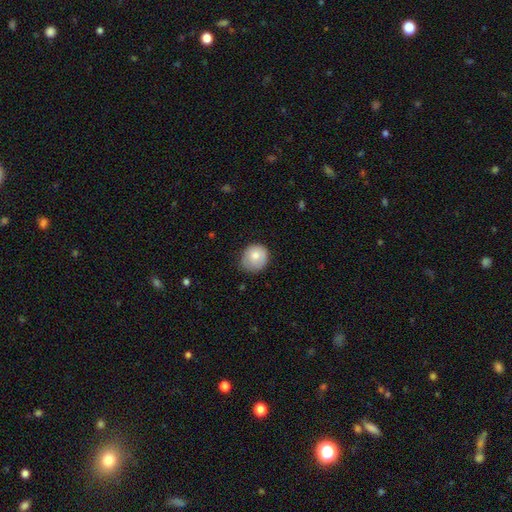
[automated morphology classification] Smooth or featured?
  - smooth: 78% *
  - featured or disk: 14%
  - star or artifact: 8%
How rounded?
  - round: 79% *
  - in between: 20%
  - cigar-shaped: 1%
Merging?
  - none: 58% *
  - minor disturbance: 33%
  - major disturbance: 7%
  - merger: 1%